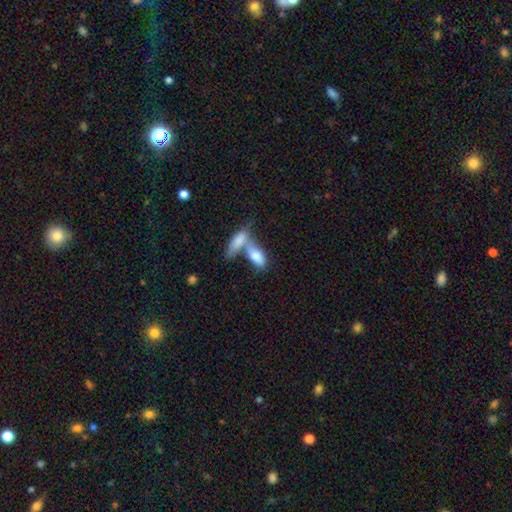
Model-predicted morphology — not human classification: A smooth galaxy with no disk features (77%) that is in between round and cigar-shaped (81%).

Vote fractions:
- Smooth or featured? smooth: 77% / featured or disk: 17% / star or artifact: 6%
- How rounded? in between: 81% / cigar-shaped: 16% / round: 3%
- Merging? merger: 67% / none: 20% / minor disturbance: 7% / major disturbance: 6%